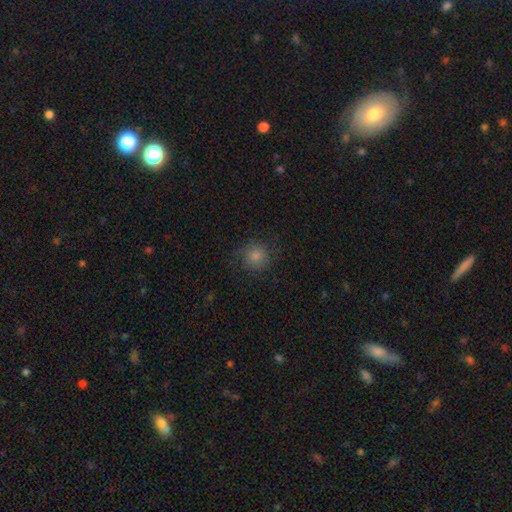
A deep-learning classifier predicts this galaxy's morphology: Smooth or featured?
  - smooth: 73% *
  - star or artifact: 17%
  - featured or disk: 11%
How rounded?
  - round: 92% *
  - in between: 7%
  - cigar-shaped: 1%
Merging?
  - none: 81% *
  - minor disturbance: 13%
  - major disturbance: 5%
  - merger: 1%